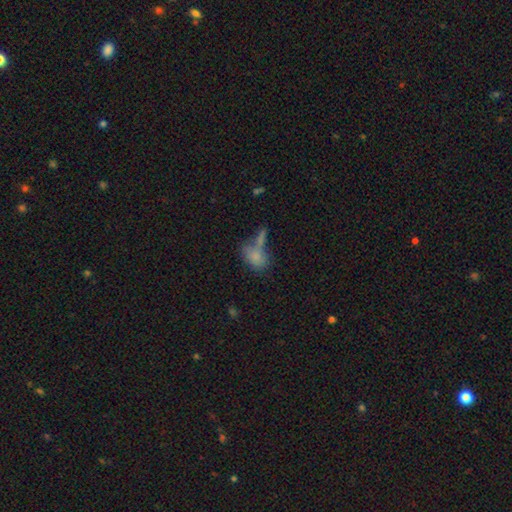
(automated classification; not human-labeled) smooth 77%, featured or disk 12%, star or artifact 10%. Down the decision tree: how rounded — in between (78%); merging — none (38%).